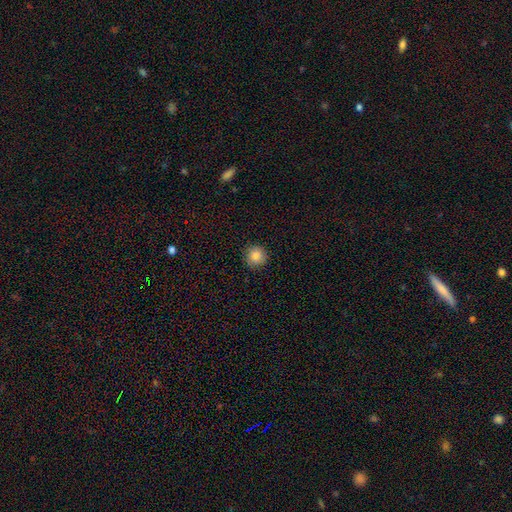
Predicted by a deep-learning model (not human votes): smooth-or-featured: smooth: 85% | star or artifact: 10% | featured or disk: 5%
  how-rounded: round: 95% | in between: 4% | cigar-shaped: 1%
  merging: none: 91% | minor disturbance: 6% | major disturbance: 2% | merger: 1%